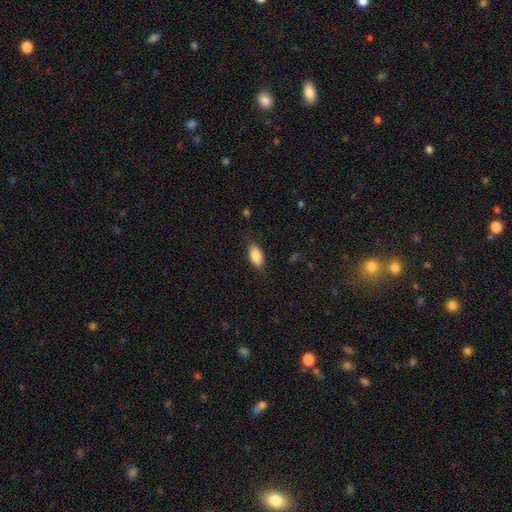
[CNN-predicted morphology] type=smooth (85%); roundness=in between (90%); merging=none (82%).